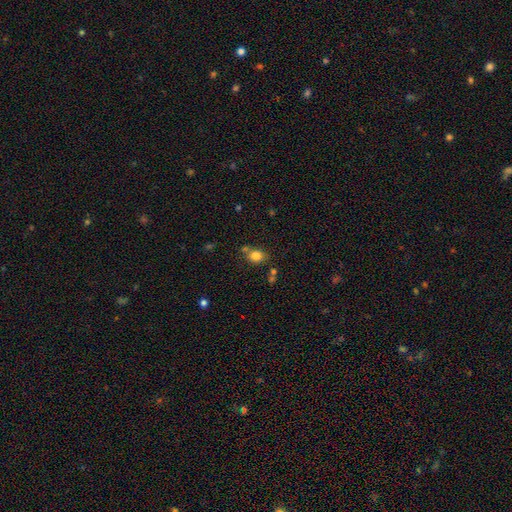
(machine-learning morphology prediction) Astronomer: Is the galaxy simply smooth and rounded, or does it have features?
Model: smooth — 81%.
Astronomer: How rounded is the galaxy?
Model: round — 51% (runner-up: in between, 48%).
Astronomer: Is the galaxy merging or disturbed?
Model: none — 66%.